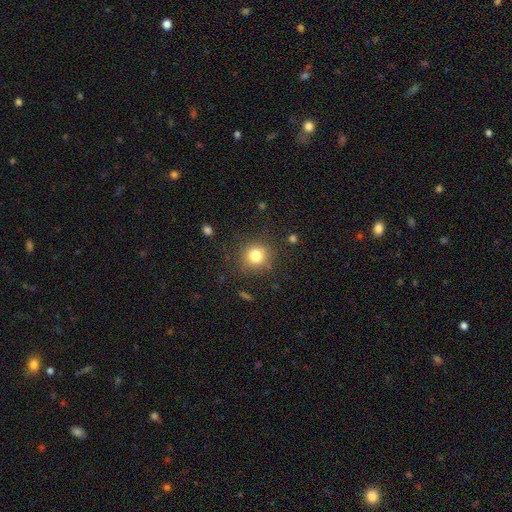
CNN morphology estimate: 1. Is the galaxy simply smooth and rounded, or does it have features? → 79% smooth, 13% star or artifact, 8% featured or disk.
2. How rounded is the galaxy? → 90% round, 9% in between, 1% cigar-shaped.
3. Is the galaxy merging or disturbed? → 85% none, 10% minor disturbance, 4% major disturbance, 2% merger.